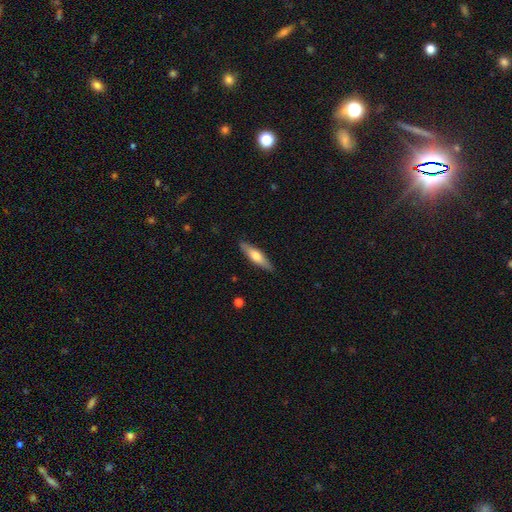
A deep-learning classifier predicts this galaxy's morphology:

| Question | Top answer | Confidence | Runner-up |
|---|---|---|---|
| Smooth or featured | smooth | 54% | featured or disk (41%) |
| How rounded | cigar-shaped | 71% | in between (27%) |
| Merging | none | 89% | minor disturbance (8%) |